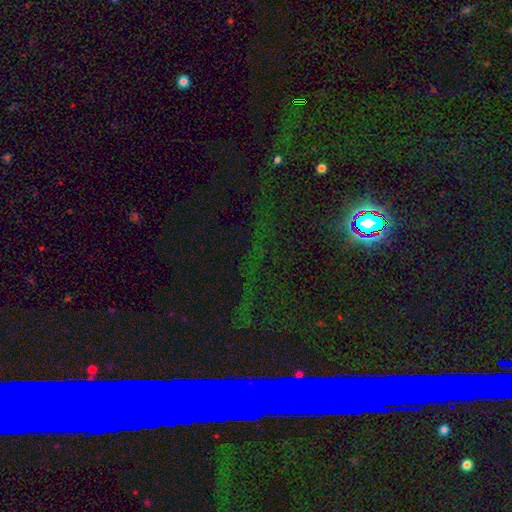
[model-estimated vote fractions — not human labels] This appears to be a star or artifact, not a galaxy (65%).